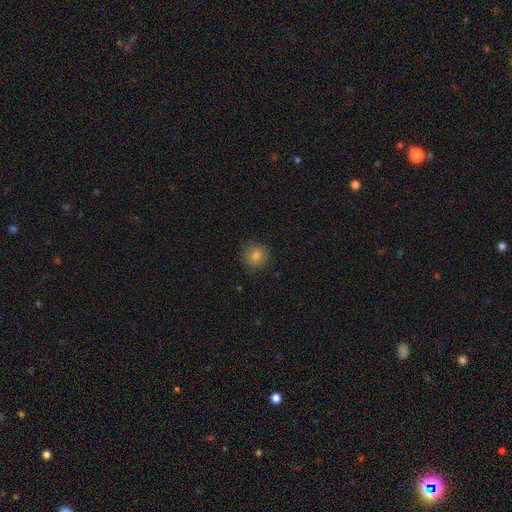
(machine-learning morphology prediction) smooth_or_featured: smooth (p=0.80) [alt: star or artifact p=0.13]
how_rounded: round (p=0.91) [alt: in between p=0.08]
merging: none (p=0.88) [alt: minor disturbance p=0.09]